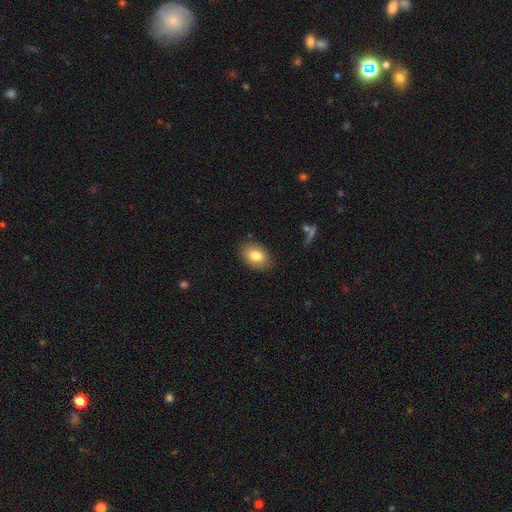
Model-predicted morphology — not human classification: This appears to be a smooth galaxy with no disk features (81%) that is in between round and cigar-shaped (84%). Merging: none (85%).